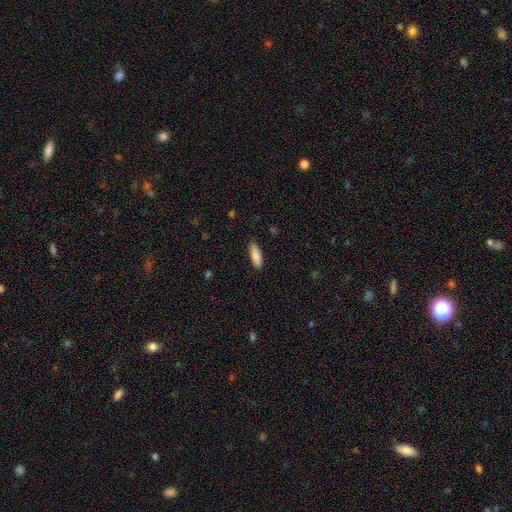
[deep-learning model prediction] smooth 89%, star or artifact 6%, featured or disk 5%. Down the decision tree: how rounded — in between (59%); merging — none (86%).